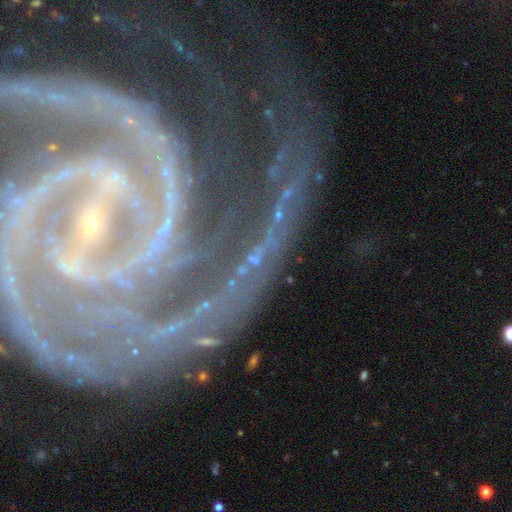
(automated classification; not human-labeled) Overall: featured or disk (55%; star or artifact 35%). Edge-on disk: no (85%). Merging: none (64%).